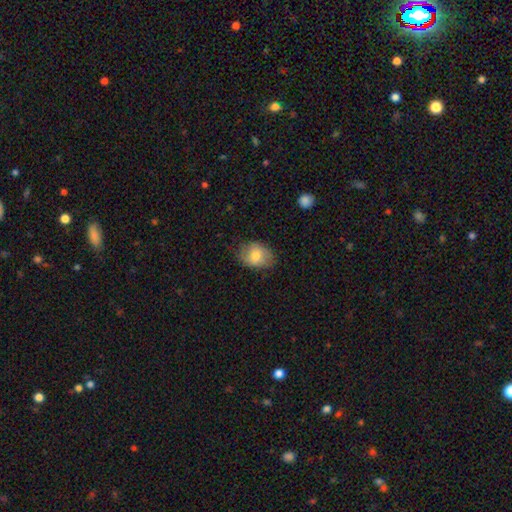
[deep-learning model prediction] Morphology: type=smooth (71%); roundness=in between (72%); merging=none (73%).